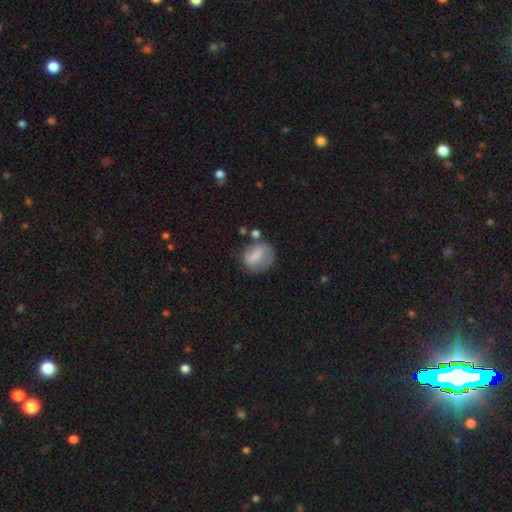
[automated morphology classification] Smooth or featured? smooth (62%)
How rounded? in between (54%)
Merging? none (50%)